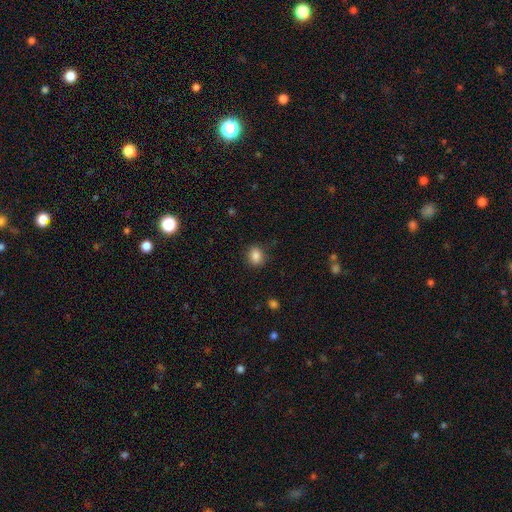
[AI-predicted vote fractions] Smooth or featured? Predicted: smooth (p=0.85). How rounded? Predicted: round (p=0.65). Merging? Predicted: none (p=0.88).